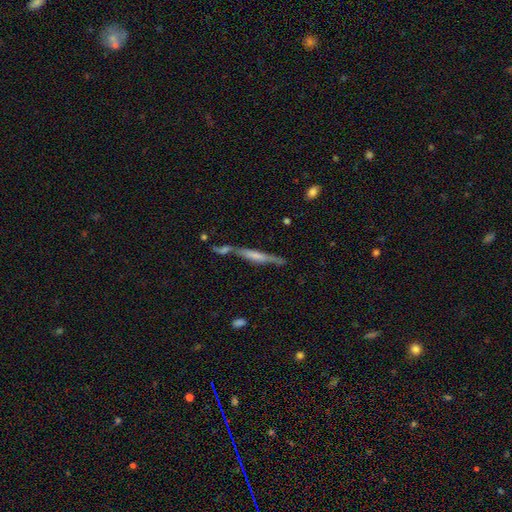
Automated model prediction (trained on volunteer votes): Smooth or featured?
  - featured or disk: 55% *
  - smooth: 37%
  - star or artifact: 8%
Edge-on disk?
  - yes: 88% *
  - no: 12%
Merging?
  - none: 51% *
  - merger: 28%
  - minor disturbance: 15%
  - major disturbance: 6%